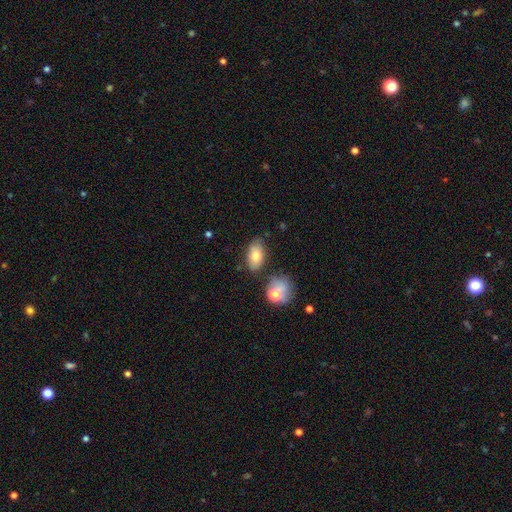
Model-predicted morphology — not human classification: smooth_or_featured: smooth (p=0.77) [alt: featured or disk p=0.14]
how_rounded: in between (p=0.91) [alt: round p=0.07]
merging: none (p=0.75) [alt: minor disturbance p=0.14]